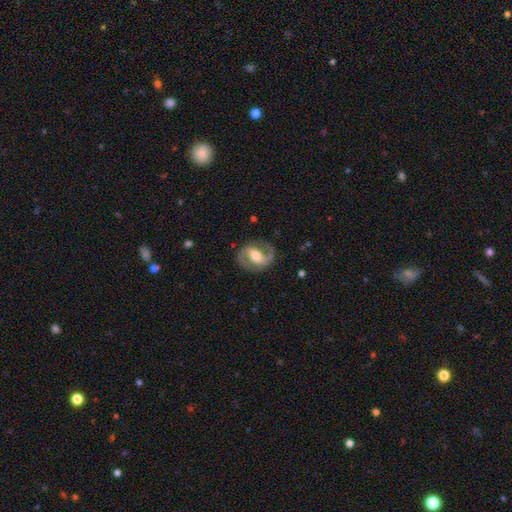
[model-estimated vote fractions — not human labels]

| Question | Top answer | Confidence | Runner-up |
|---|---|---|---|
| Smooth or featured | featured or disk | 83% | smooth (12%) |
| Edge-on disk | no | 97% | yes (3%) |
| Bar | weak | 42% | strong (37%) |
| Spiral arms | yes | 92% | no (8%) |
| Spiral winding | medium | 55% | tight (23%) |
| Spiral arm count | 2 | 90% | can't tell (3%) |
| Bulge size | moderate | 64% | small (20%) |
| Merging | none | 82% | minor disturbance (11%) |